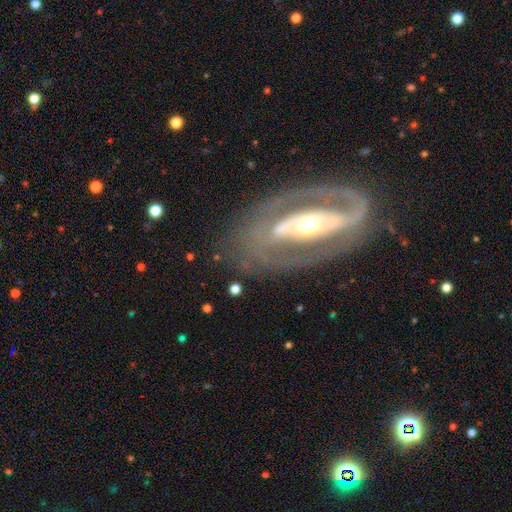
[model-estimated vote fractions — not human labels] Smooth or featured: featured or disk — 85% (smooth — 10%)
Edge-on disk: no — 92% (yes — 8%)
Bar: strong — 44% (no — 33%)
Spiral arms: yes — 78% (no — 22%)
Spiral winding: medium — 41% (tight — 40%)
Spiral arm count: 2 — 80% (can't tell — 9%)
Bulge size: moderate — 57% (small — 29%)
Merging: none — 76% (minor disturbance — 13%)